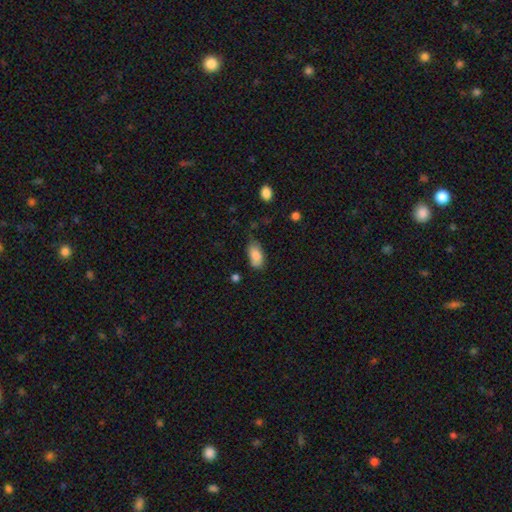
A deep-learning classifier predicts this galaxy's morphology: smooth 85%, star or artifact 8%, featured or disk 7%. Down the decision tree: how rounded — in between (90%); merging — none (60%).